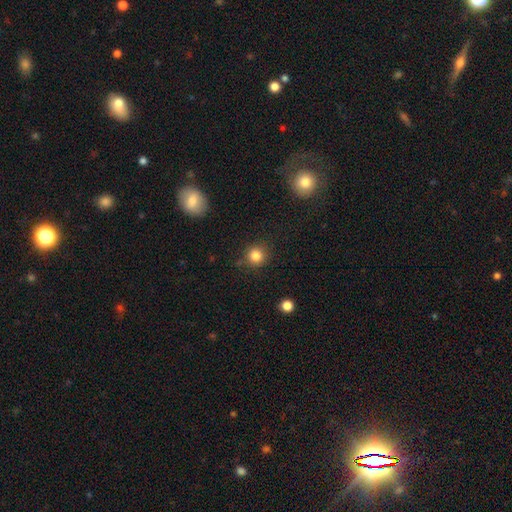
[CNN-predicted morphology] Smooth or featured? smooth (83%)
How rounded? round (92%)
Merging? none (84%)